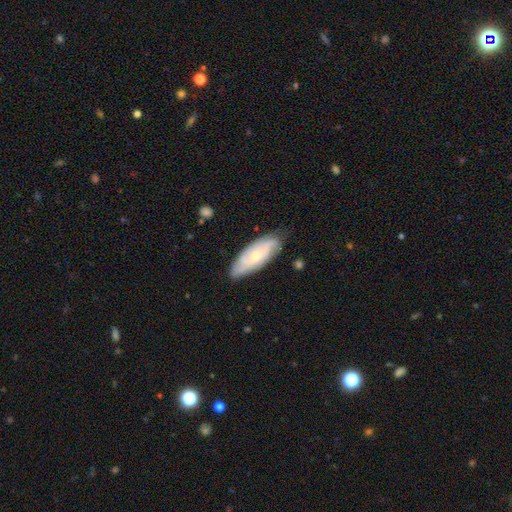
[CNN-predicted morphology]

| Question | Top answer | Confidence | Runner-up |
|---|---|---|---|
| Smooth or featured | featured or disk | 66% | smooth (28%) |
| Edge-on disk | no | 87% | yes (13%) |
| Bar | no | 70% | weak (25%) |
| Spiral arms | yes | 88% | no (12%) |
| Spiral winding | tight | 56% | medium (34%) |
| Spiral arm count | can't tell | 42% | 2 (27%) |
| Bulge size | small | 56% | moderate (40%) |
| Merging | none | 77% | minor disturbance (18%) |